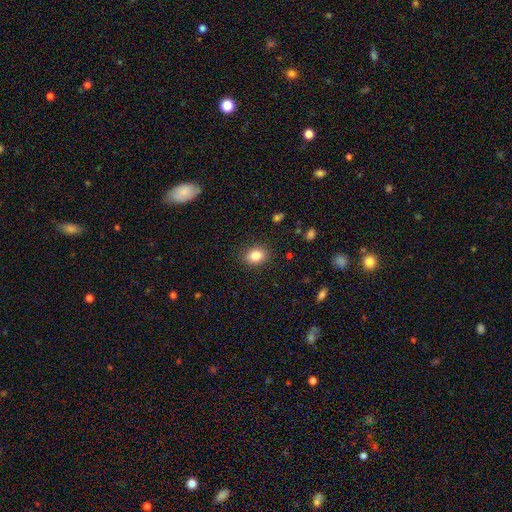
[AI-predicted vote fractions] smooth_or_featured: smooth (p=0.83) [alt: star or artifact p=0.10]
how_rounded: in between (p=0.62) [alt: round p=0.37]
merging: none (p=0.88) [alt: minor disturbance p=0.09]